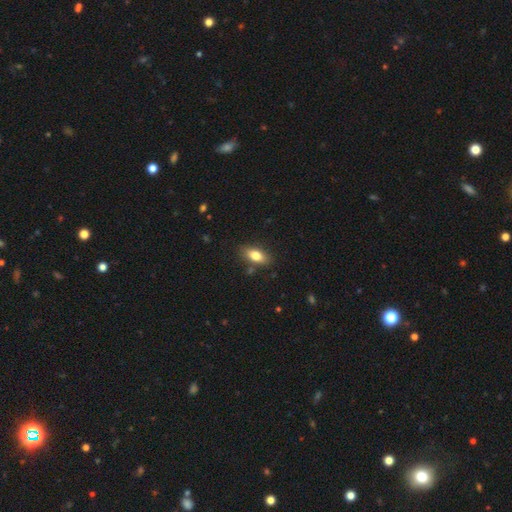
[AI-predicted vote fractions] Smooth or featured? smooth (78%)
How rounded? in between (86%)
Merging? none (82%)